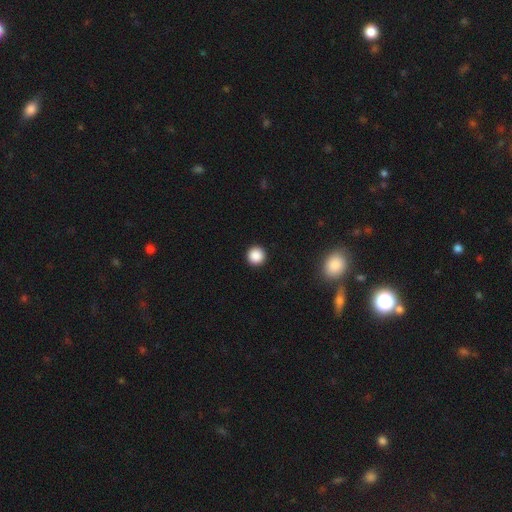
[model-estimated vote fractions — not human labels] Overall: smooth (88%). How rounded: round (96%). Merging: none (94%).